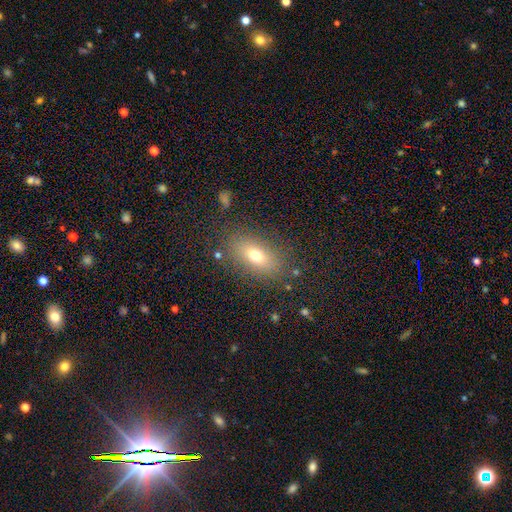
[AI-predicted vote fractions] Smooth or featured?
  - smooth: 70% *
  - featured or disk: 17%
  - star or artifact: 13%
How rounded?
  - in between: 82% *
  - round: 13%
  - cigar-shaped: 5%
Merging?
  - none: 83% *
  - minor disturbance: 10%
  - major disturbance: 5%
  - merger: 2%